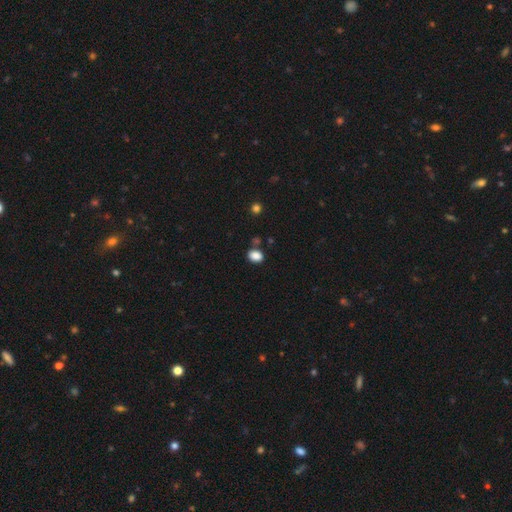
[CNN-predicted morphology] smooth 86%, star or artifact 10%, featured or disk 4%. Down the decision tree: how rounded — in between (68%); merging — none (77%).